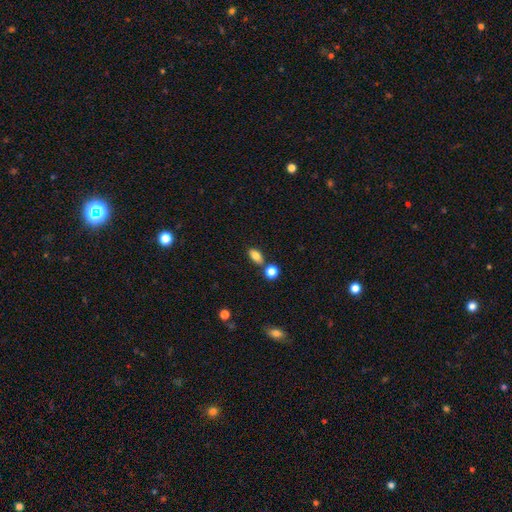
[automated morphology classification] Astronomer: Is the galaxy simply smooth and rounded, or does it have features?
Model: smooth — 81%.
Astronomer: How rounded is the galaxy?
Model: in between — 84%.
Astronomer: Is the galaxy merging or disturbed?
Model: none — 71%.